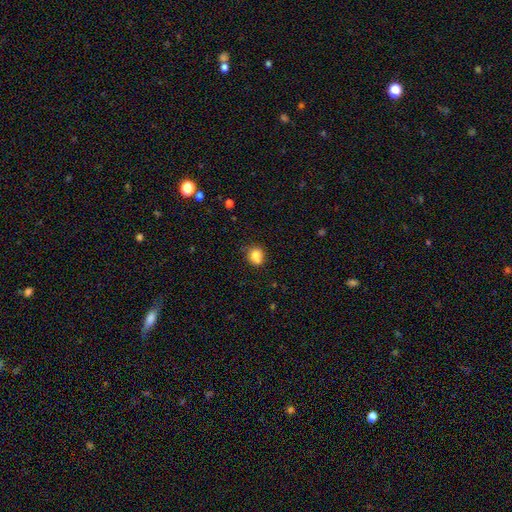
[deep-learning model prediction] Q: Smooth or featured?
A: smooth (80%); runner-up: star or artifact (11%)
Q: How rounded?
A: round (76%); runner-up: in between (23%)
Q: Merging?
A: none (59%); runner-up: minor disturbance (23%)